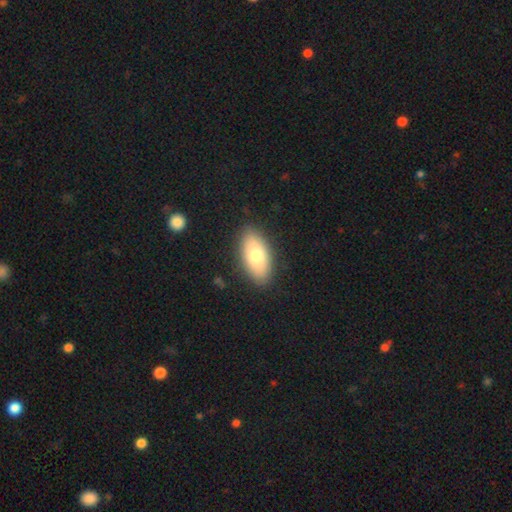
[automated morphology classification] type=smooth (74%); roundness=in between (92%); merging=none (87%).